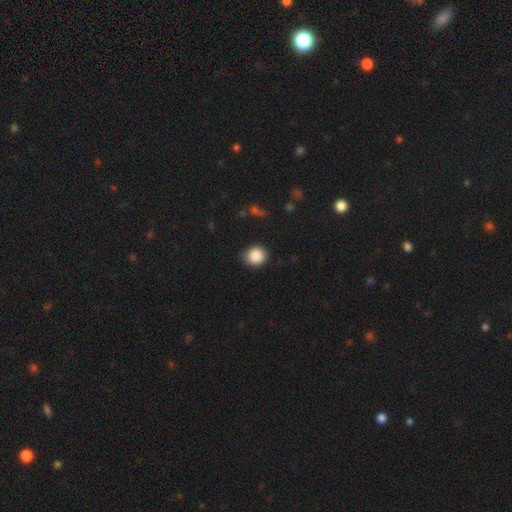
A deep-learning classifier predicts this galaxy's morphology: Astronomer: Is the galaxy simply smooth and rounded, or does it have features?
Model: smooth — 88%.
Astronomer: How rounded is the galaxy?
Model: round — 83%.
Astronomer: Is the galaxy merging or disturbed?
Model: none — 83%.